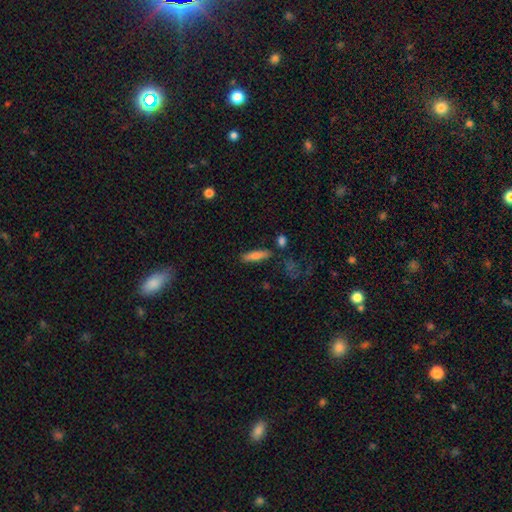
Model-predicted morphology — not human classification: This appears to be a smooth galaxy with no disk features (71%) that is cigar-shaped (66%). Merging: none (81%).